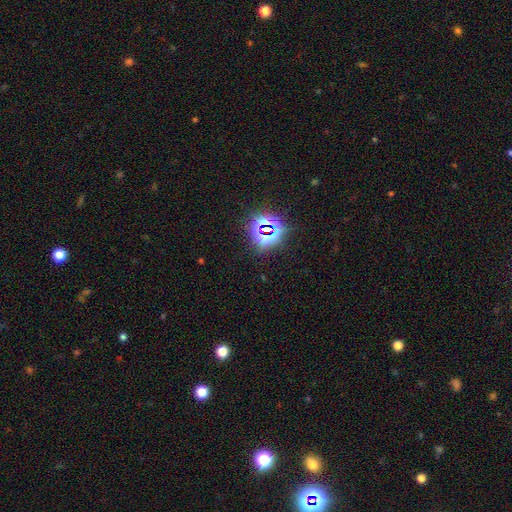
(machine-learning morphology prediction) A star or artifact, not a galaxy (79%).